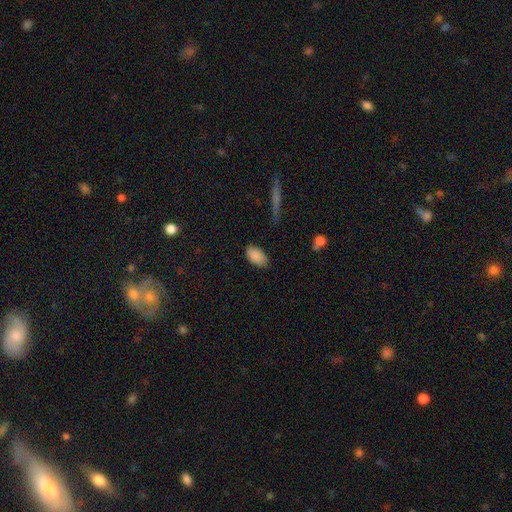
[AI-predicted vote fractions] smooth_or_featured: smooth (p=0.87) [alt: star or artifact p=0.07]
how_rounded: in between (p=0.94) [alt: round p=0.05]
merging: none (p=0.79) [alt: minor disturbance p=0.16]